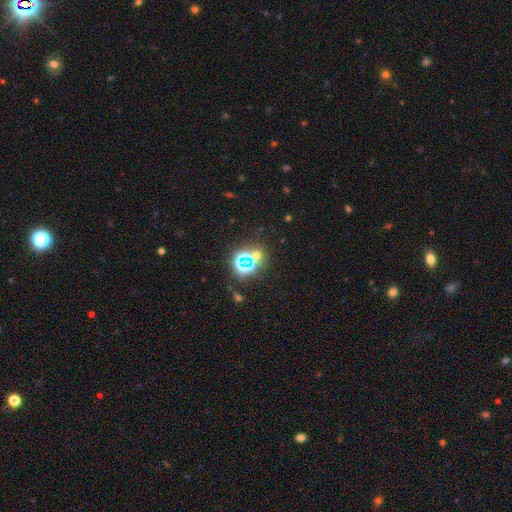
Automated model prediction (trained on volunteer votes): Smooth or featured? star or artifact (65%)